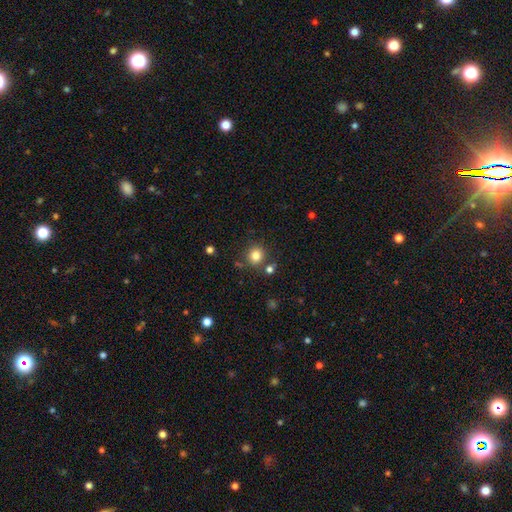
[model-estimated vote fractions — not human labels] A smooth galaxy with no disk features (81%) that is round (89%). Merging: none (80%).